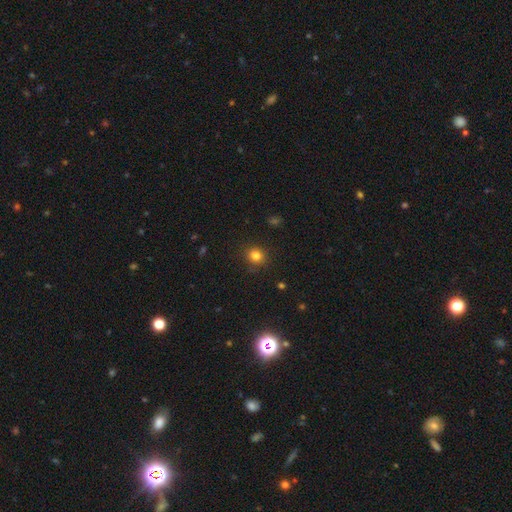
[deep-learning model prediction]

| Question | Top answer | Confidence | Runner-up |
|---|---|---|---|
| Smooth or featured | smooth | 81% | star or artifact (13%) |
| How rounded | round | 83% | in between (16%) |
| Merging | none | 88% | minor disturbance (9%) |